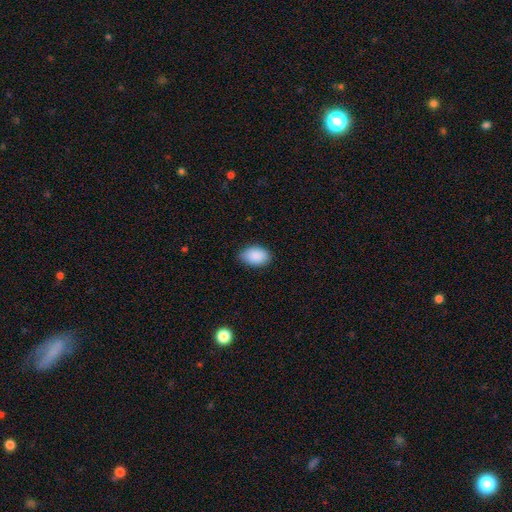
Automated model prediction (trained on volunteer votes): The model was most divided on "merging": none: 82%, minor disturbance: 14%, major disturbance: 2%, merger: 1%. More confident: smooth or featured — smooth (90%); how rounded — in between (90%).